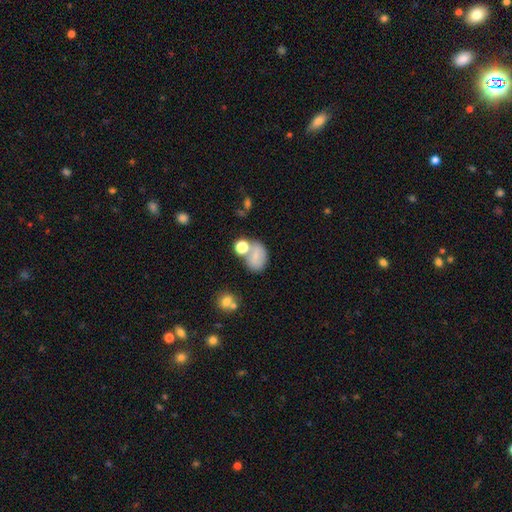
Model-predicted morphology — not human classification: Smooth or featured? Predicted: smooth (p=0.70). How rounded? Predicted: in between (p=0.64). Merging? Predicted: none (p=0.47).